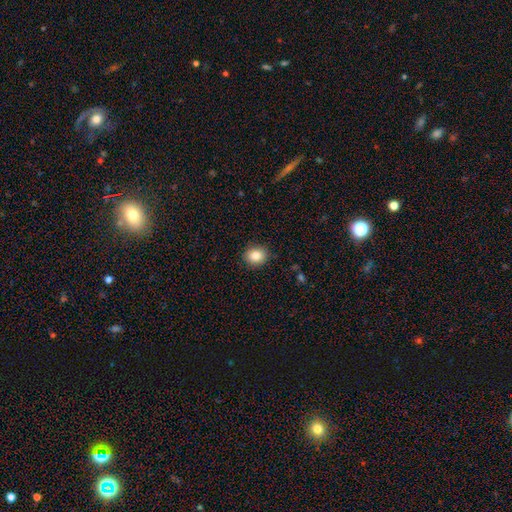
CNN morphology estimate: smooth 85%, star or artifact 9%, featured or disk 5%. Down the decision tree: how rounded — round (67%); merging — none (89%).